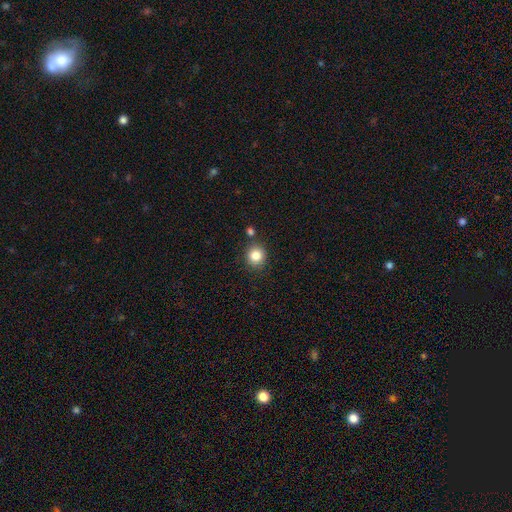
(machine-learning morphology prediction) A smooth galaxy with no disk features (84%) that is round (86%).

Vote fractions:
- Smooth or featured? smooth: 84% / star or artifact: 10% / featured or disk: 6%
- How rounded? round: 86% / in between: 13% / cigar-shaped: 1%
- Merging? none: 80% / minor disturbance: 10% / merger: 8% / major disturbance: 3%